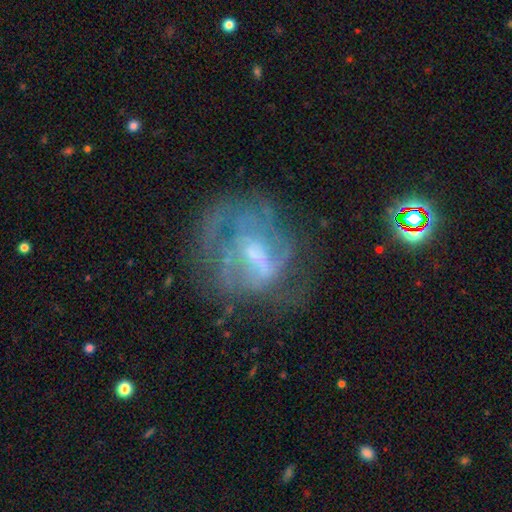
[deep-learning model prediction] A featured or disk galaxy (68%) with no bar (50%), no spiral arms (52%) and a small central bulge (40%). Merging: none (45%).